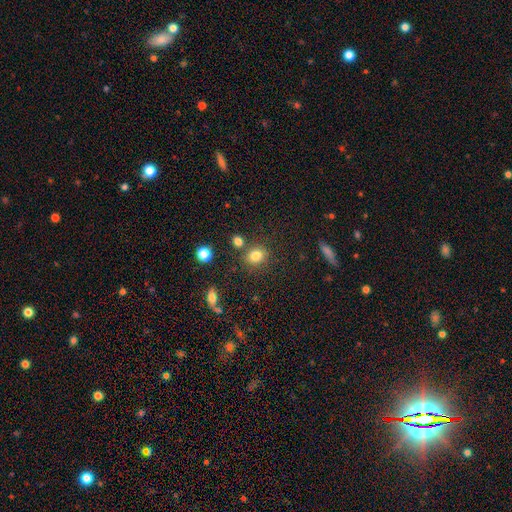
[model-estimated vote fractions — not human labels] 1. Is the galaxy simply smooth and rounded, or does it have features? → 80% smooth, 13% star or artifact, 7% featured or disk.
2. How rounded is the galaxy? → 64% round, 35% in between, 1% cigar-shaped.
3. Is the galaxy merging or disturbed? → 76% none, 11% minor disturbance, 9% merger, 4% major disturbance.